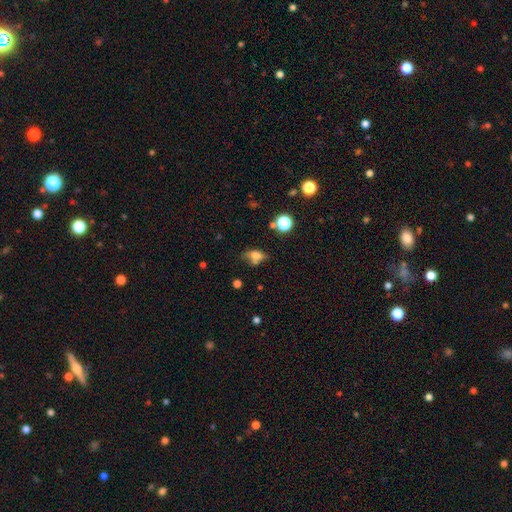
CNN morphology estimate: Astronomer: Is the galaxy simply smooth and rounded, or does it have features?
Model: smooth — 66%.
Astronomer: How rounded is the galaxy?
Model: in between — 75%.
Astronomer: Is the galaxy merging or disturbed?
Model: none — 47% (runner-up: minor disturbance, 26%).